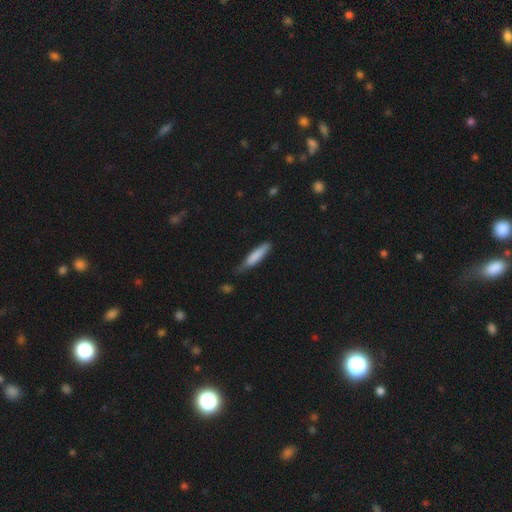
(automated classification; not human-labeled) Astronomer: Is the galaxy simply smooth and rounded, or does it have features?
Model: smooth — 81%.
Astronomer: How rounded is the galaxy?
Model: cigar-shaped — 83%.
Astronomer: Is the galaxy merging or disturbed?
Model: none — 61%.